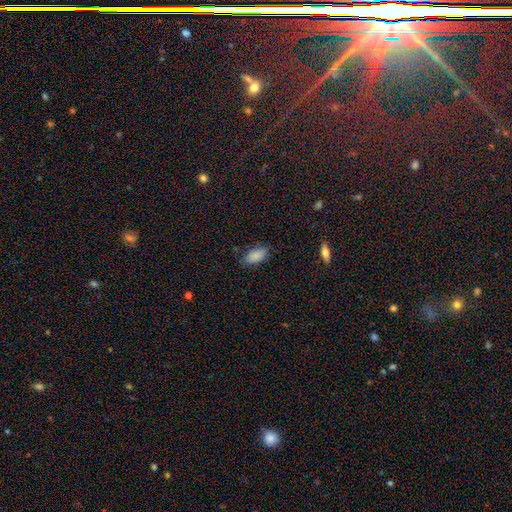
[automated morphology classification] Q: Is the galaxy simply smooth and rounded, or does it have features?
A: smooth — 87%.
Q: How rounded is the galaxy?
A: in between — 91%.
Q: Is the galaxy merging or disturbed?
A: none — 80%.